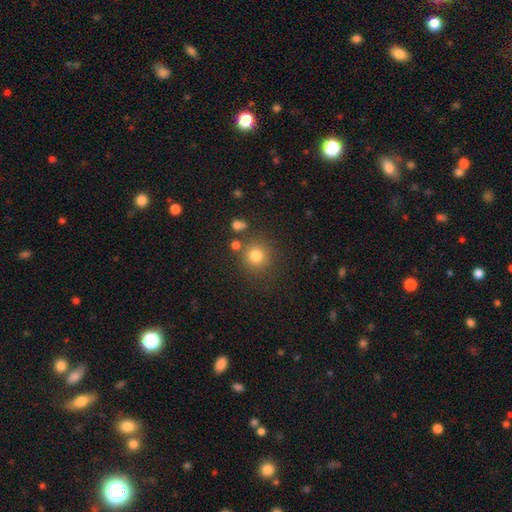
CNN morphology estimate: This is likely a smooth galaxy (79%). How rounded: clearly round (92%). Merging: clearly none (81%).